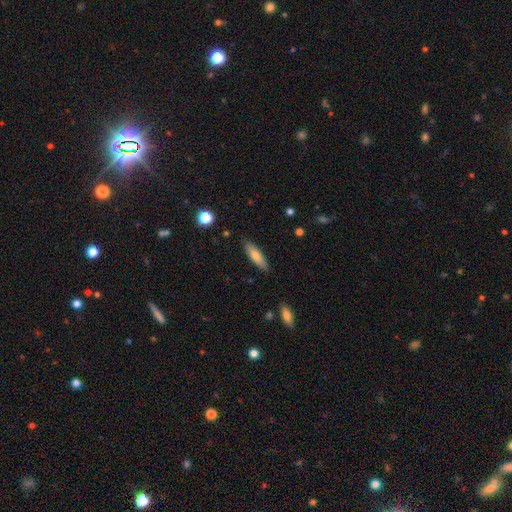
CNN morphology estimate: This is likely a smooth galaxy (74%). How rounded: possibly cigar-shaped (57%). Merging: clearly none (85%).